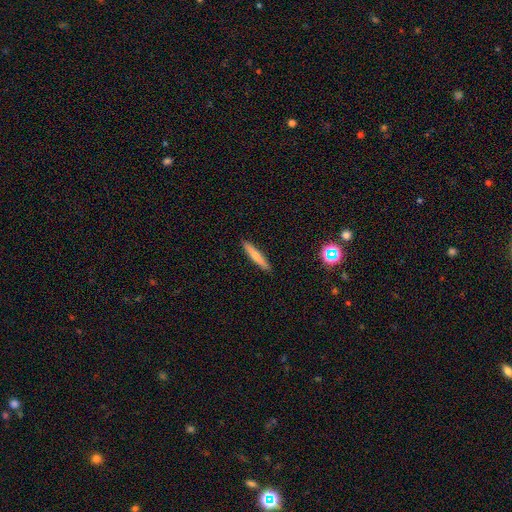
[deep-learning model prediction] smooth_or_featured: smooth (p=0.71) [alt: featured or disk p=0.23]
how_rounded: cigar-shaped (p=0.93) [alt: in between p=0.06]
merging: none (p=0.91) [alt: minor disturbance p=0.06]